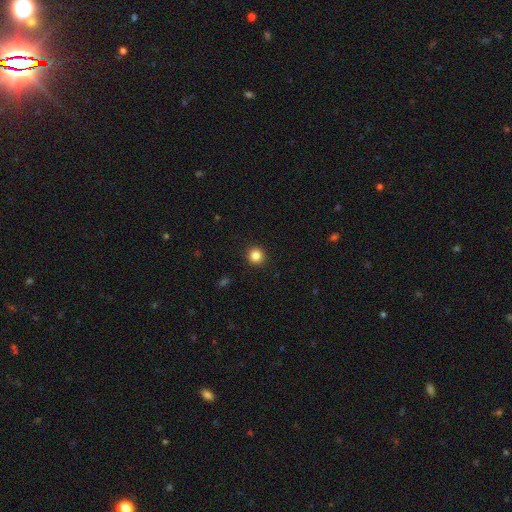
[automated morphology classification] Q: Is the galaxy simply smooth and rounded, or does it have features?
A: smooth — 85%.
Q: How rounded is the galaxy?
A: round — 94%.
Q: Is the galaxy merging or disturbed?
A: none — 93%.